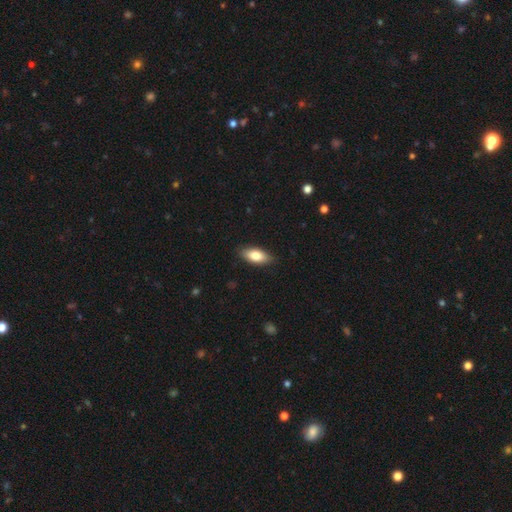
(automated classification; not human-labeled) smooth 80%, featured or disk 14%, star or artifact 6%. Down the decision tree: how rounded — in between (83%); merging — none (87%).